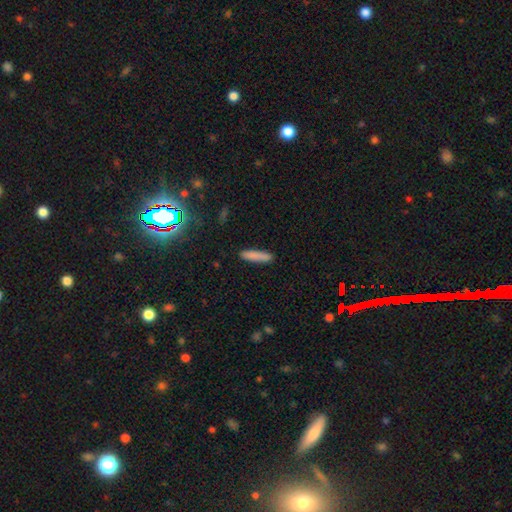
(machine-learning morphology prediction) type=smooth (85%); roundness=cigar-shaped (85%); merging=none (89%).